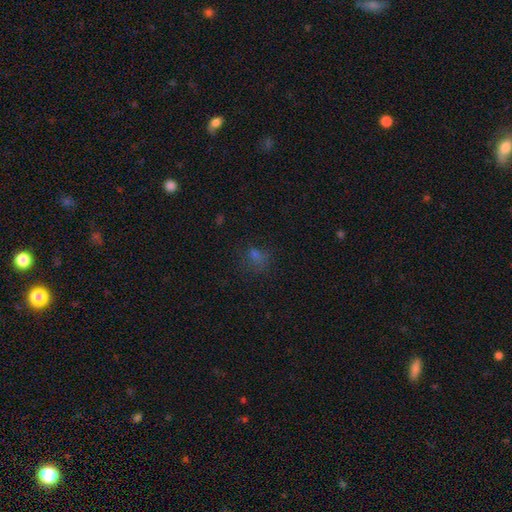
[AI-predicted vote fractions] A smooth galaxy with no disk features (56%) that is round (60%).

Vote fractions:
- Smooth or featured? smooth: 56% / star or artifact: 32% / featured or disk: 12%
- How rounded? round: 60% / in between: 38% / cigar-shaped: 2%
- Merging? none: 64% / minor disturbance: 19% / major disturbance: 13% / merger: 4%